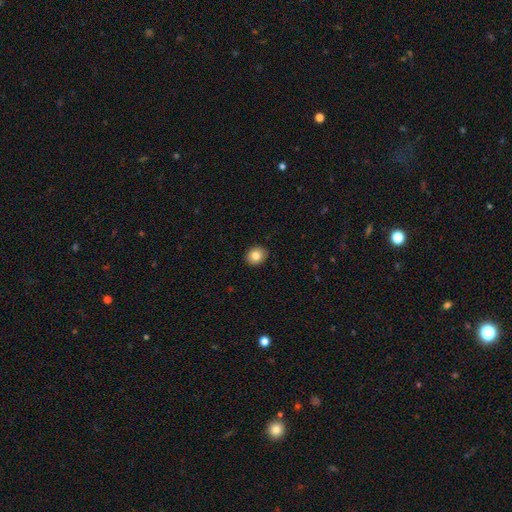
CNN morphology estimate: Smooth or featured: smooth — 83% (star or artifact — 9%)
How rounded: round — 69% (in between — 30%)
Merging: none — 91% (minor disturbance — 6%)